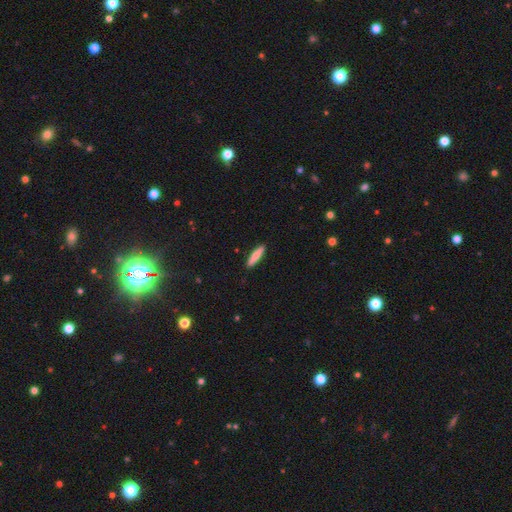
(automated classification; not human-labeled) smooth-or-featured: smooth: 75% | featured or disk: 19% | star or artifact: 6%
  how-rounded: cigar-shaped: 85% | in between: 14% | round: 2%
  merging: none: 90% | minor disturbance: 7% | major disturbance: 1% | merger: 1%